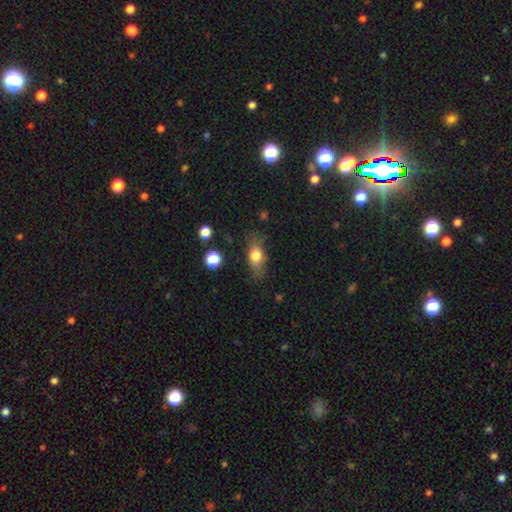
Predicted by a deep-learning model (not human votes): A smooth galaxy with no disk features (72%) that is in between round and cigar-shaped (75%). Merging: none (69%).